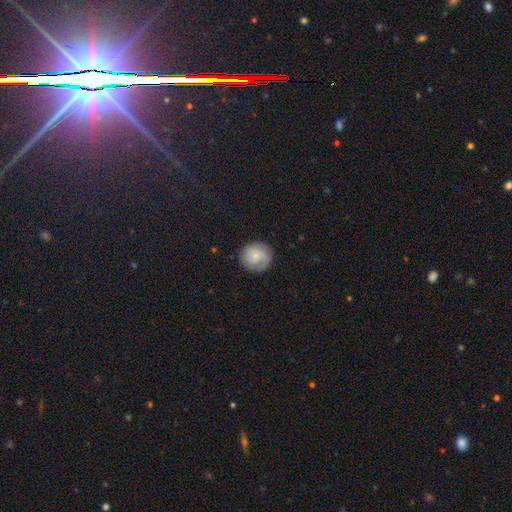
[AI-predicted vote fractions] Smooth or featured? Predicted: smooth (p=0.68). How rounded? Predicted: round (p=0.92). Merging? Predicted: none (p=0.85).